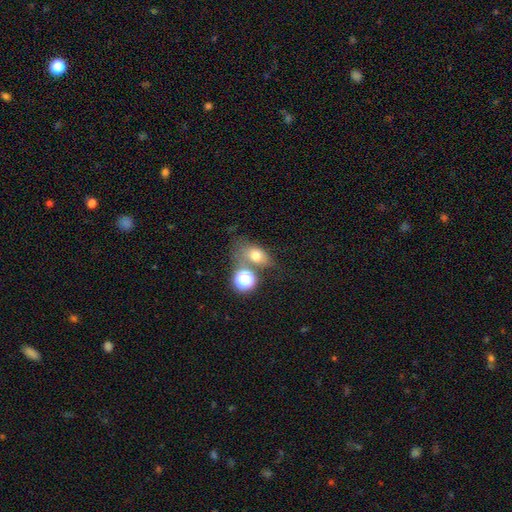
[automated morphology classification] Smooth or featured: smooth — 69% (star or artifact — 16%)
How rounded: in between — 66% (round — 31%)
Merging: none — 47% (merger — 25%)